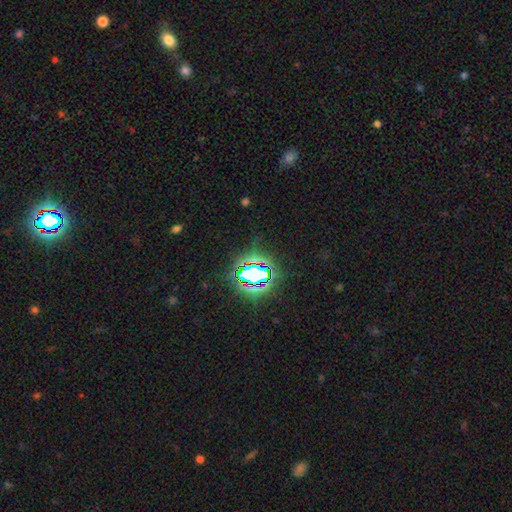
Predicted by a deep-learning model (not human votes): Smooth or featured? star or artifact (80%)